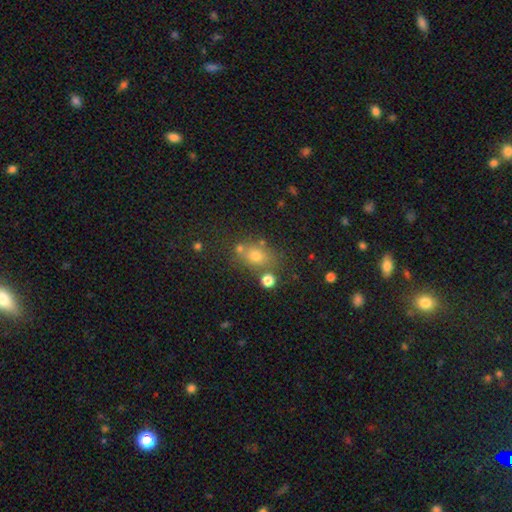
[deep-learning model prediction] Smooth or featured? smooth (68%)
How rounded? in between (53%)
Merging? none (66%)